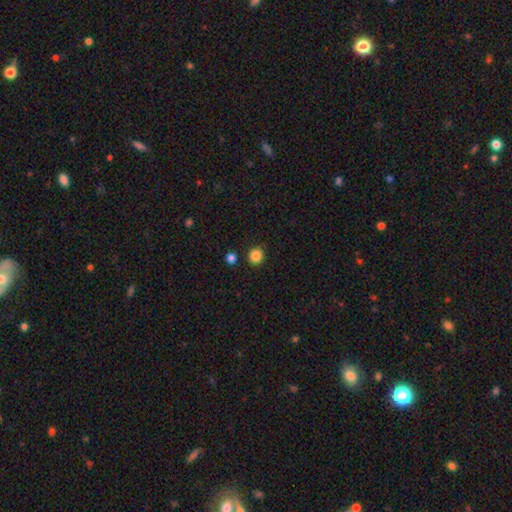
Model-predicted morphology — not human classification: smooth_or_featured: smooth (p=0.85) [alt: star or artifact p=0.11]
how_rounded: round (p=0.90) [alt: in between p=0.09]
merging: none (p=0.87) [alt: minor disturbance p=0.07]